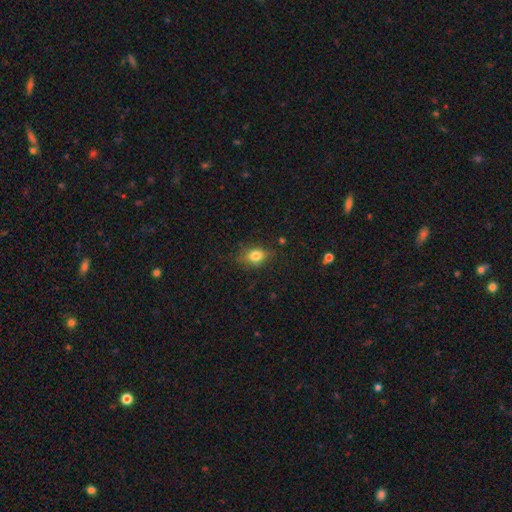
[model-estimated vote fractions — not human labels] Smooth or featured: smooth — 78% (star or artifact — 11%)
How rounded: in between — 61% (round — 36%)
Merging: none — 70% (minor disturbance — 22%)